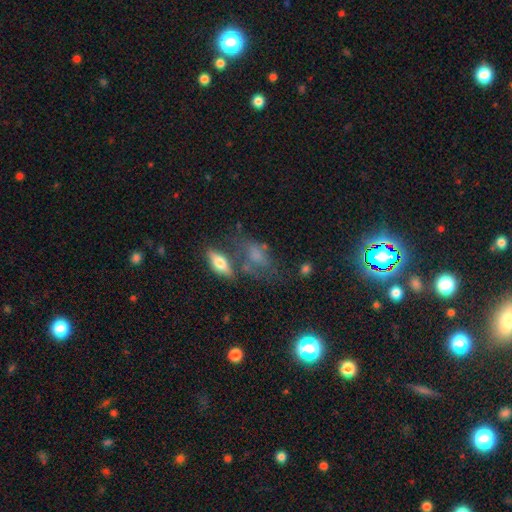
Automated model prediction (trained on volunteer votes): Smooth or featured? smooth (51%)
How rounded? in between (73%)
Merging? none (44%)